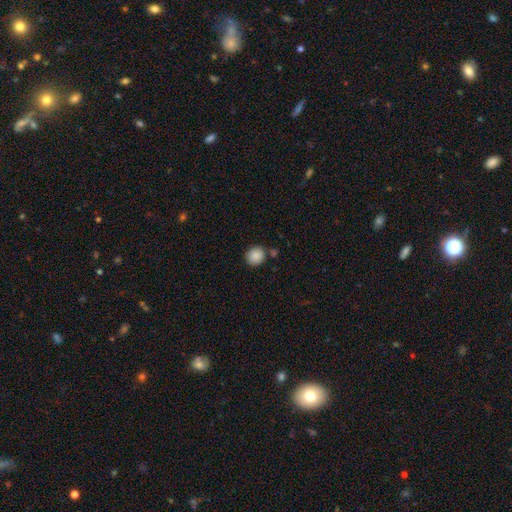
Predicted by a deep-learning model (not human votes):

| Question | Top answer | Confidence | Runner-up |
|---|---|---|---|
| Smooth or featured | smooth | 88% | star or artifact (8%) |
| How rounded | round | 88% | in between (11%) |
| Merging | none | 80% | minor disturbance (10%) |